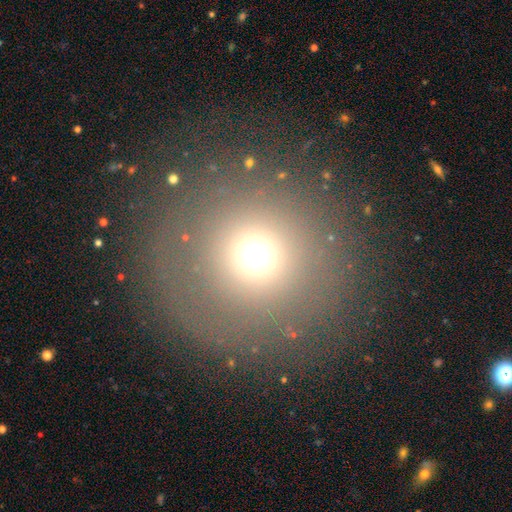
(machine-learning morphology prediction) Smooth or featured?
  - smooth: 64% *
  - star or artifact: 24%
  - featured or disk: 12%
How rounded?
  - round: 95% *
  - in between: 4%
  - cigar-shaped: 1%
Merging?
  - none: 81% *
  - minor disturbance: 8%
  - major disturbance: 8%
  - merger: 3%